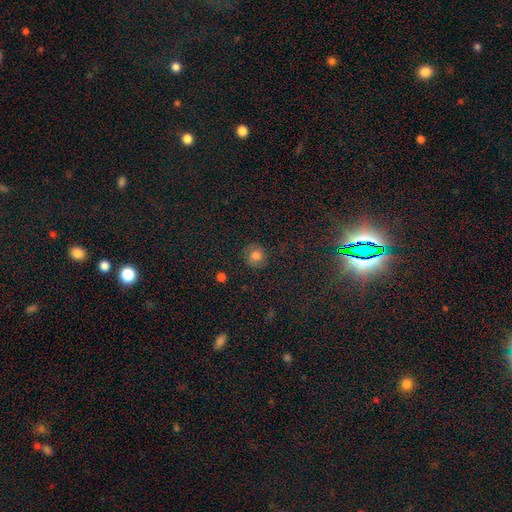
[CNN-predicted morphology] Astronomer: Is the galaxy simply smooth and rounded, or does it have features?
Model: smooth — 75%.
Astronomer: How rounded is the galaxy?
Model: round — 89%.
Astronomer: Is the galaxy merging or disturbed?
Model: none — 84%.